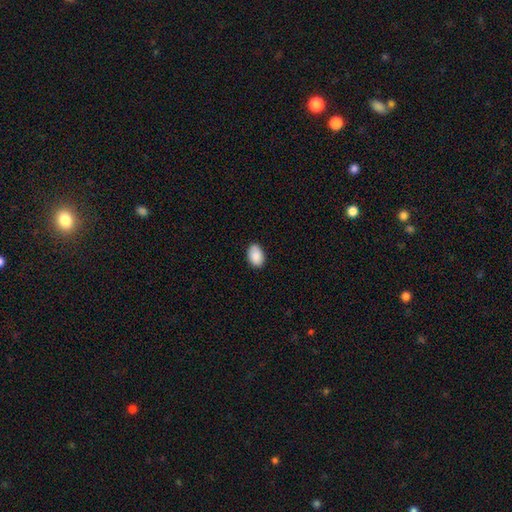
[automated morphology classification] A smooth galaxy with no disk features (90%) that is in between round and cigar-shaped (88%).

Vote fractions:
- Smooth or featured? smooth: 90% / star or artifact: 7% / featured or disk: 3%
- How rounded? in between: 88% / round: 11% / cigar-shaped: 1%
- Merging? none: 86% / minor disturbance: 11% / major disturbance: 2% / merger: 1%